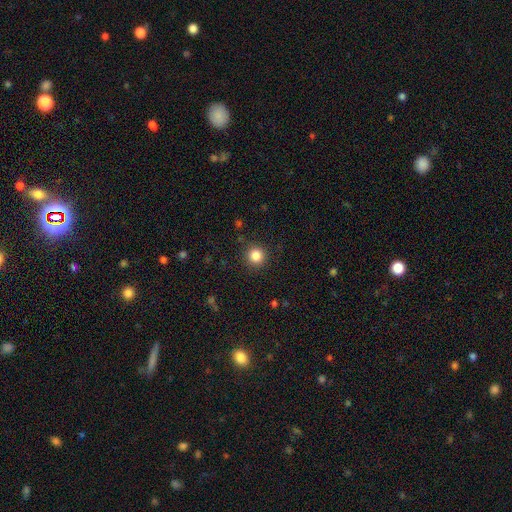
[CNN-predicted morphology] Overall: smooth (84%). How rounded: round (94%). Merging: none (90%).